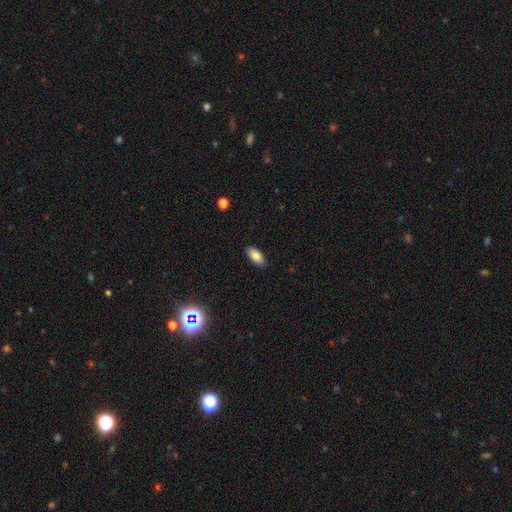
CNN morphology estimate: A smooth galaxy with no disk features (85%) that is in between round and cigar-shaped (92%).

Vote fractions:
- Smooth or featured? smooth: 85% / star or artifact: 8% / featured or disk: 7%
- How rounded? in between: 92% / cigar-shaped: 5% / round: 3%
- Merging? none: 88% / minor disturbance: 9% / major disturbance: 2% / merger: 1%